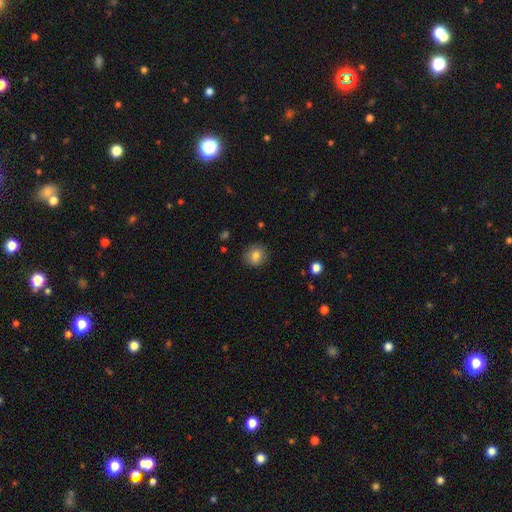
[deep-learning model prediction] Smooth or featured? Predicted: smooth (p=0.83). How rounded? Predicted: round (p=0.83). Merging? Predicted: none (p=0.88).